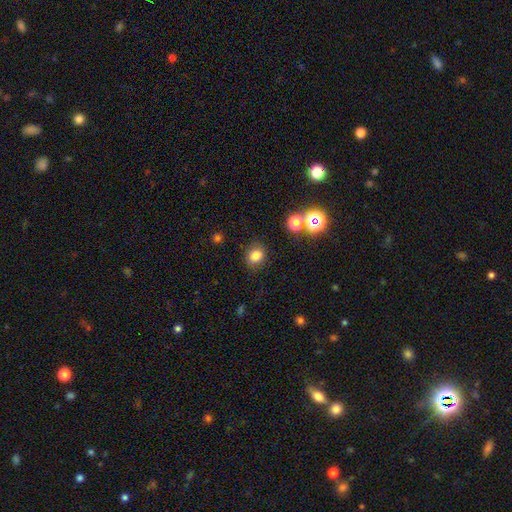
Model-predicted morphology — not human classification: smooth 80%, star or artifact 14%, featured or disk 6%. Down the decision tree: how rounded — round (67%); merging — none (84%).